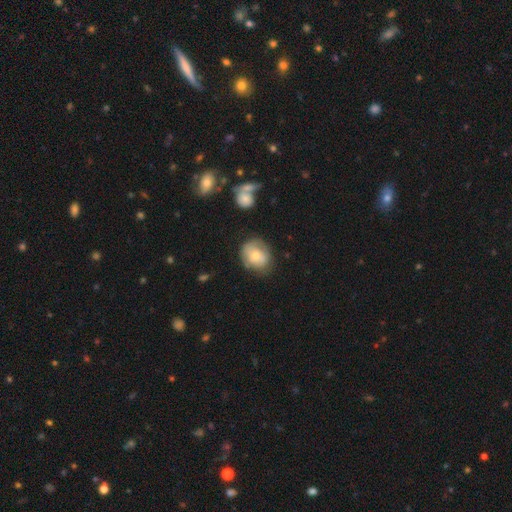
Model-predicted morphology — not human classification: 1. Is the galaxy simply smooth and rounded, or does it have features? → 64% smooth, 28% featured or disk, 7% star or artifact.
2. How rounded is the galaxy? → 64% round, 35% in between, 1% cigar-shaped.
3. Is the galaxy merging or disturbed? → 64% none, 25% minor disturbance, 9% major disturbance, 3% merger.